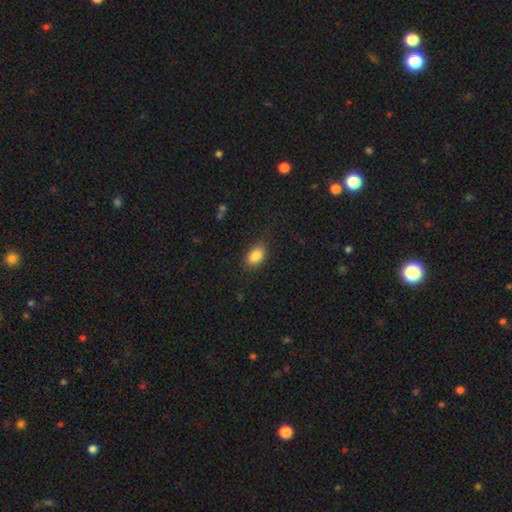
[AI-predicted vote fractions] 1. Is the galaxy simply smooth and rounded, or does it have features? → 85% smooth, 8% star or artifact, 7% featured or disk.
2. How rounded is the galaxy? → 87% in between, 11% round, 2% cigar-shaped.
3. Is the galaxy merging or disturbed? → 80% none, 15% minor disturbance, 4% major disturbance, 1% merger.